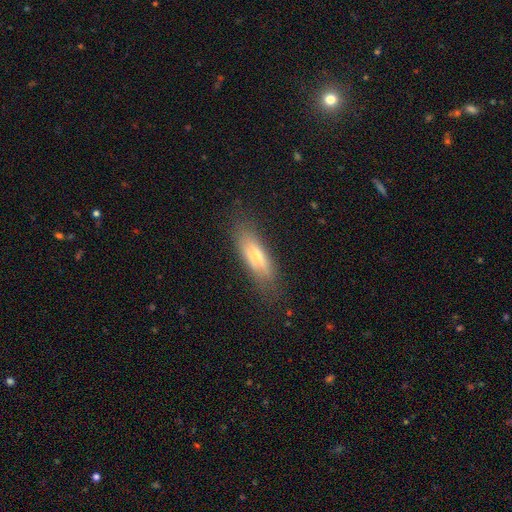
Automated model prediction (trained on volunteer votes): This appears to be a smooth galaxy with no disk features (56%) that is cigar-shaped (52%). Merging: none (73%).